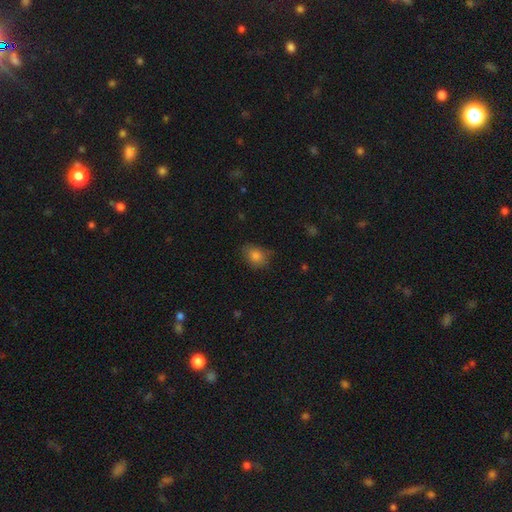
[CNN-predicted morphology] Overall: smooth (82%). How rounded: in between (53%; round 46%). Merging: none (70%).